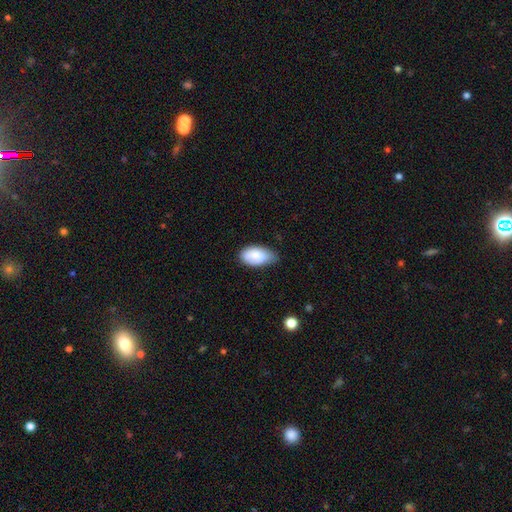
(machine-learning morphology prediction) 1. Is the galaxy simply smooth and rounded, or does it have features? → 84% smooth, 10% featured or disk, 7% star or artifact.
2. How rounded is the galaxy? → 94% in between, 4% round, 2% cigar-shaped.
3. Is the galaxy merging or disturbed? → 51% none, 40% minor disturbance, 7% major disturbance, 2% merger.